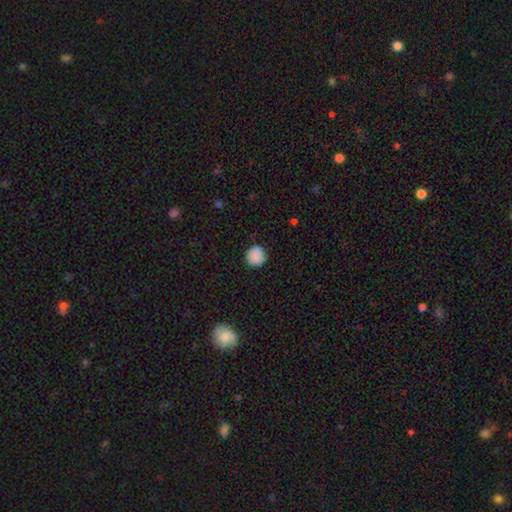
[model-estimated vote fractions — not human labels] Q: Smooth or featured?
A: smooth (87%); runner-up: star or artifact (9%)
Q: How rounded?
A: round (91%); runner-up: in between (8%)
Q: Merging?
A: none (84%); runner-up: minor disturbance (12%)